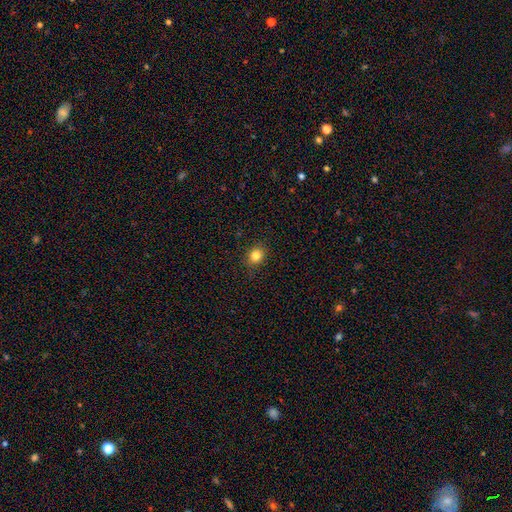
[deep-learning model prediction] A smooth galaxy with no disk features (83%) that is round (70%). Merging: none (89%).